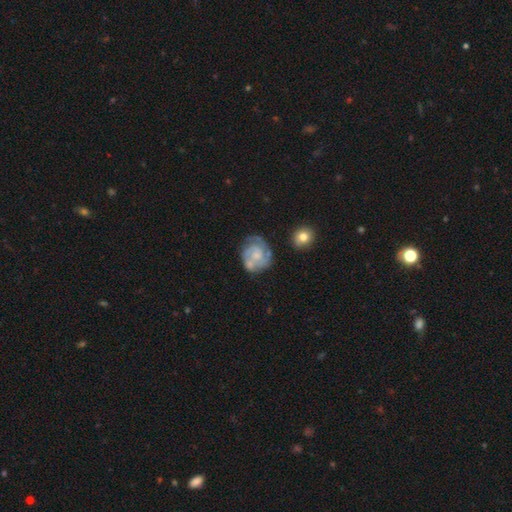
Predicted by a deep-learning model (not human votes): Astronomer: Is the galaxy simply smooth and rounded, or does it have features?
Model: featured or disk — 68%.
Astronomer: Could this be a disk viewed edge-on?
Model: no — 98%.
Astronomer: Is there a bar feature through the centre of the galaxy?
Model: no — 74%.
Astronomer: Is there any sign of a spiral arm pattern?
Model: yes — 80%.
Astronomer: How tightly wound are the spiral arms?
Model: tight — 56% (runner-up: medium, 33%).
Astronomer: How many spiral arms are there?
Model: can't tell — 34% (runner-up: 2, 32%).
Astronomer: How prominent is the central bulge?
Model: small — 37% (runner-up: moderate, 36%).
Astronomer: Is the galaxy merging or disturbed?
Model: none — 59%.